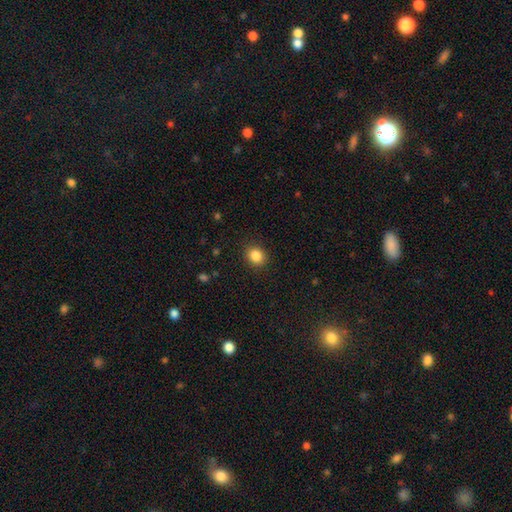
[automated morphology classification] Smooth or featured? Predicted: smooth (p=0.86). How rounded? Predicted: round (p=0.69). Merging? Predicted: none (p=0.89).